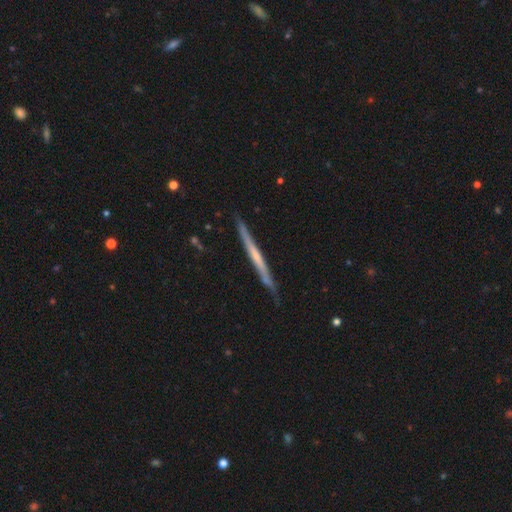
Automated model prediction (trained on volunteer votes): Smooth or featured? featured or disk (63%)
Edge-on disk? yes (96%)
Edge-on bulge? none (72%)
Merging? none (85%)